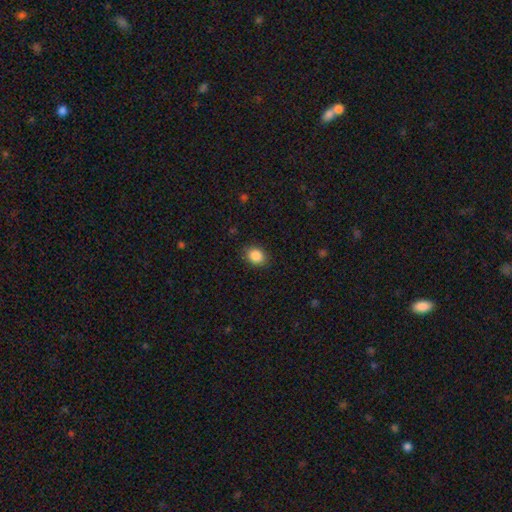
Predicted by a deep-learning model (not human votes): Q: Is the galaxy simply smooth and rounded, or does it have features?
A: smooth — 87%.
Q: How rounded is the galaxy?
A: in between — 50%.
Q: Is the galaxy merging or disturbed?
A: none — 87%.